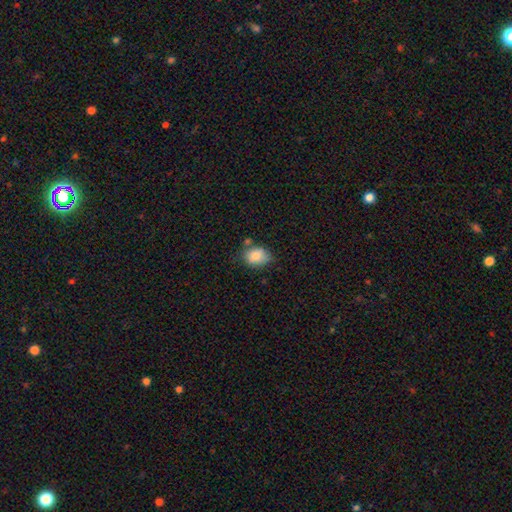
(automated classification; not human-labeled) Q: Smooth or featured?
A: smooth (82%); runner-up: featured or disk (9%)
Q: How rounded?
A: in between (64%); runner-up: round (34%)
Q: Merging?
A: none (59%); runner-up: minor disturbance (27%)